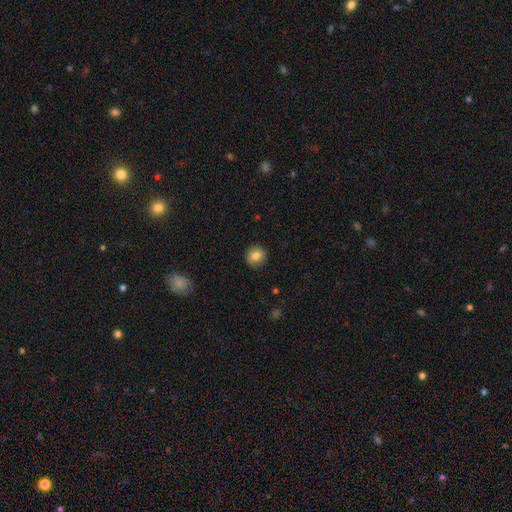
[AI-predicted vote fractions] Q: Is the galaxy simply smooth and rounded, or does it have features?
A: smooth — 81%.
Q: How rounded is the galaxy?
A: round — 91%.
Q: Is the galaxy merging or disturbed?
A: none — 91%.